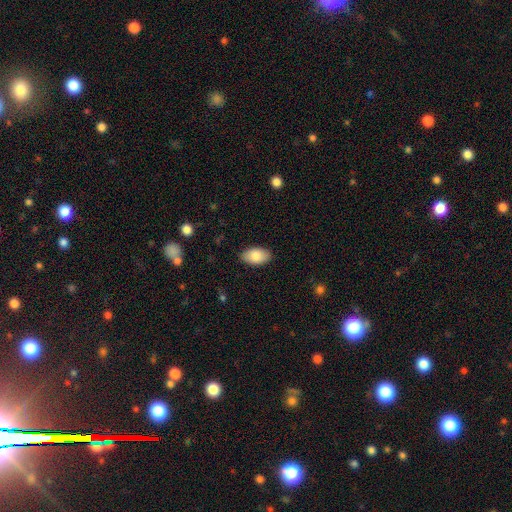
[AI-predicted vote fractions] smooth 83%, featured or disk 10%, star or artifact 6%. Down the decision tree: how rounded — in between (94%); merging — none (87%).